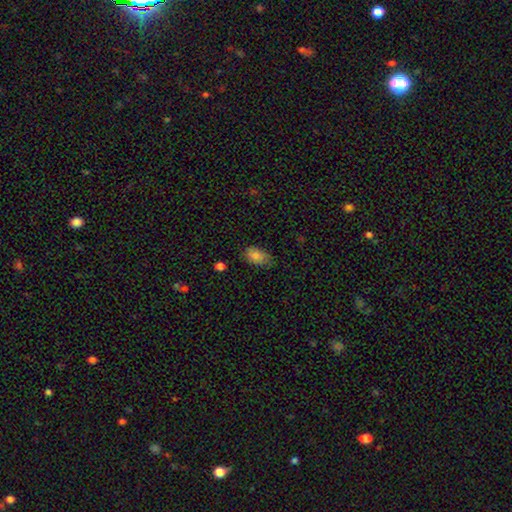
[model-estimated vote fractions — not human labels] The model was most divided on "merging": none: 69%, minor disturbance: 26%, major disturbance: 5%, merger: 1%. More confident: how rounded — in between (90%); smooth or featured — smooth (82%).